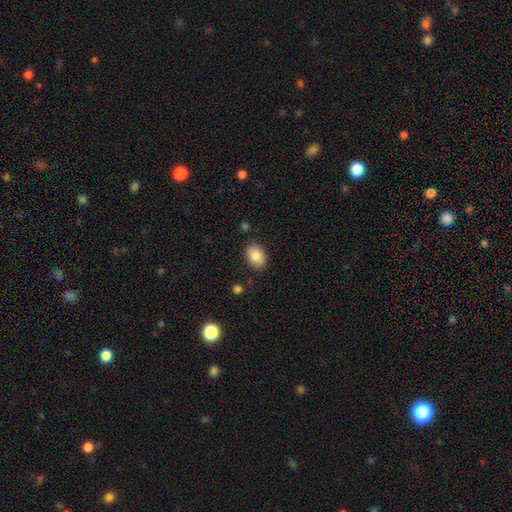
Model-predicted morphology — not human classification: Smooth or featured? Predicted: smooth (p=0.84). How rounded? Predicted: in between (p=0.79). Merging? Predicted: none (p=0.85).